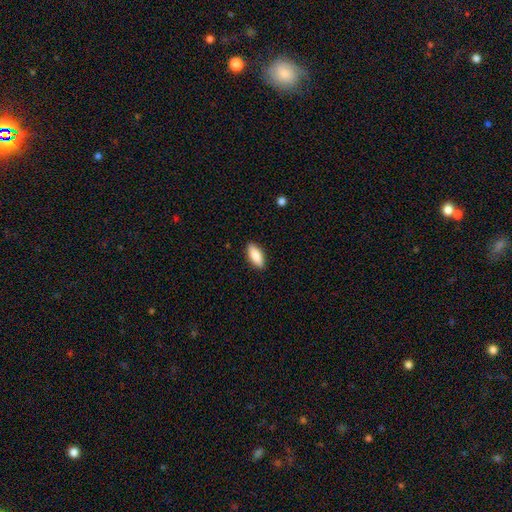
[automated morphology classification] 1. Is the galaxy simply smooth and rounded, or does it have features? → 82% smooth, 12% featured or disk, 6% star or artifact.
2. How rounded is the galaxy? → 80% in between, 18% cigar-shaped, 2% round.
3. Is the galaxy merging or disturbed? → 89% none, 9% minor disturbance, 2% major disturbance, 1% merger.